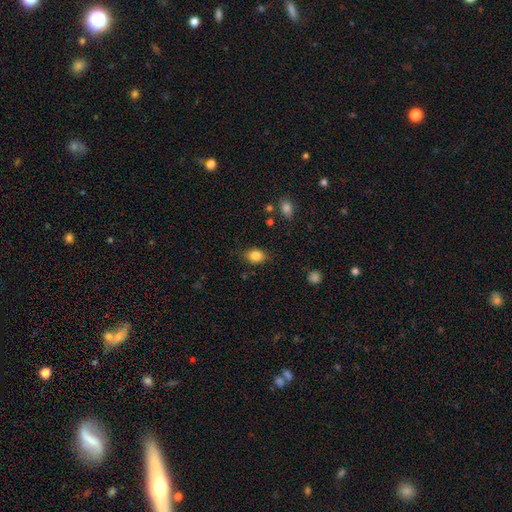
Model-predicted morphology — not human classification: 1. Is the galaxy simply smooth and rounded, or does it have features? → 83% smooth, 9% star or artifact, 8% featured or disk.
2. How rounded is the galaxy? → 73% in between, 26% round, 2% cigar-shaped.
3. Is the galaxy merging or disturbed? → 82% none, 14% minor disturbance, 3% major disturbance, 1% merger.